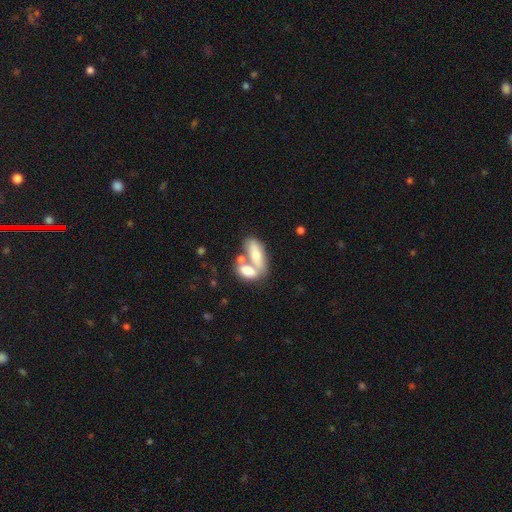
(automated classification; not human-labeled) Morphology: type=smooth (66%); roundness=in between (80%); merging=merger (62%).